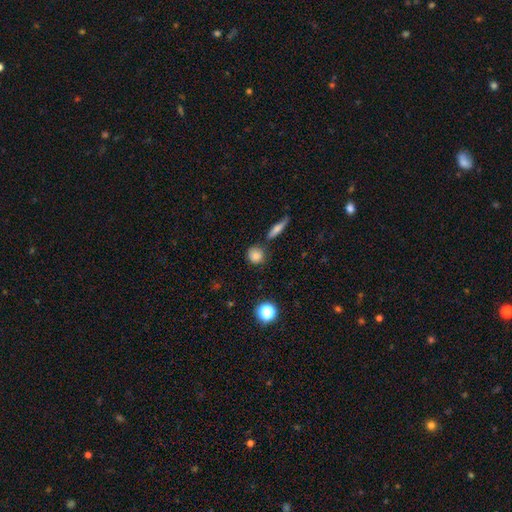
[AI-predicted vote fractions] Smooth or featured? smooth (81%)
How rounded? round (86%)
Merging? none (78%)